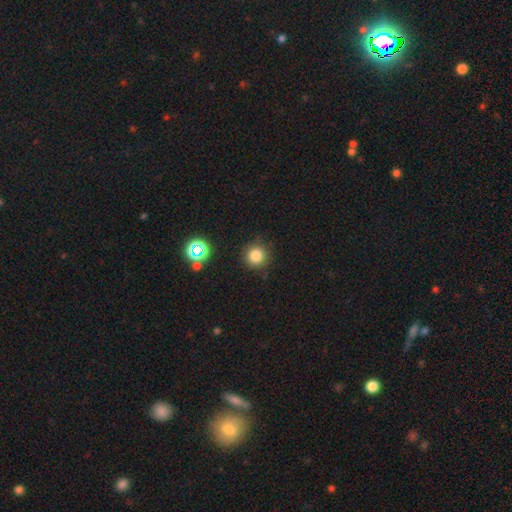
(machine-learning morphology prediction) This appears to be a smooth galaxy with no disk features (79%) that is round (94%). Merging: none (87%).